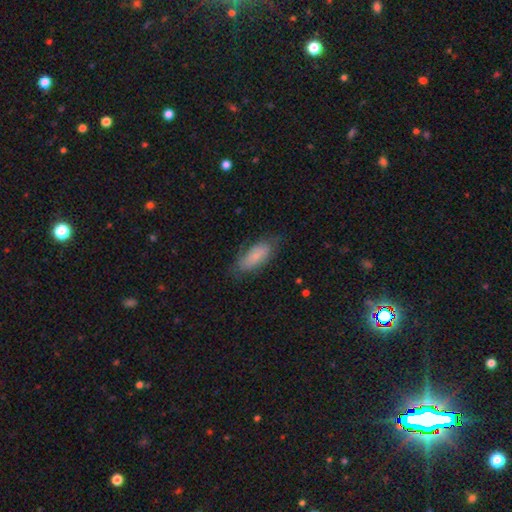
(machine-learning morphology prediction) Smooth or featured: smooth — 72% (featured or disk — 21%)
How rounded: in between — 81% (cigar-shaped — 17%)
Merging: none — 67% (minor disturbance — 23%)